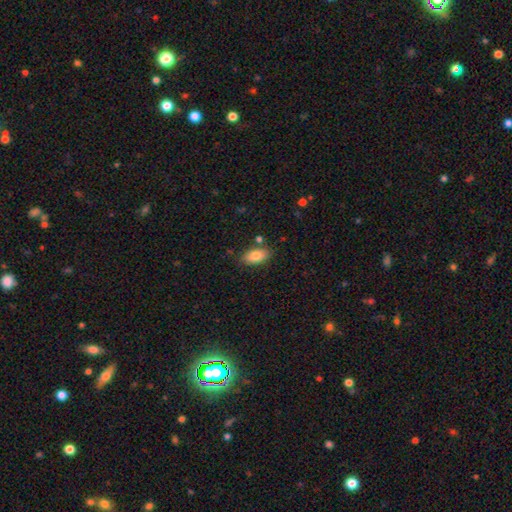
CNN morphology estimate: Smooth or featured? Predicted: smooth (p=0.83). How rounded? Predicted: in between (p=0.91). Merging? Predicted: none (p=0.80).